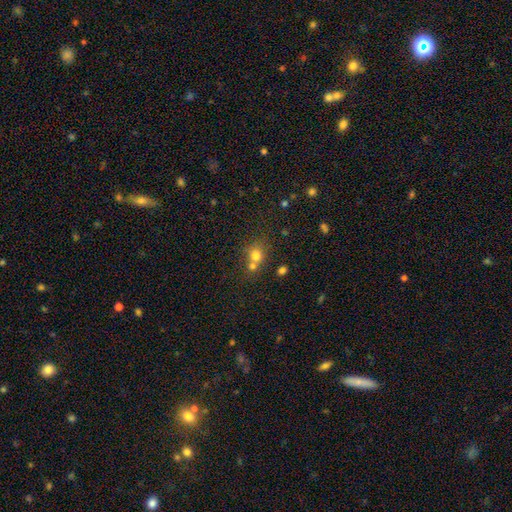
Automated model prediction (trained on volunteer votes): Q: Smooth or featured?
A: smooth (74%); runner-up: star or artifact (15%)
Q: How rounded?
A: round (78%); runner-up: in between (21%)
Q: Merging?
A: merger (46%); runner-up: none (42%)